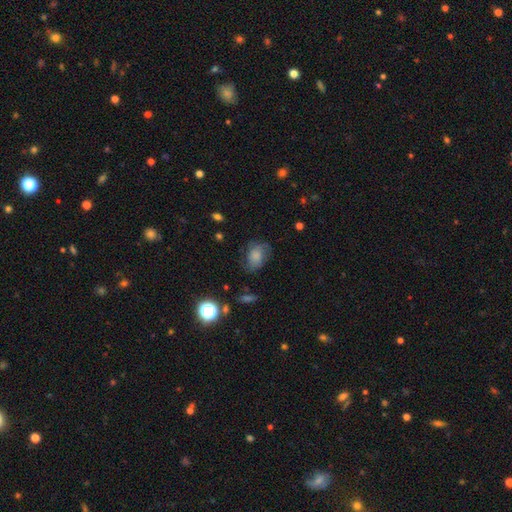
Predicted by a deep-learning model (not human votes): smooth_or_featured: smooth (p=0.67) [alt: featured or disk p=0.22]
how_rounded: in between (p=0.69) [alt: round p=0.30]
merging: none (p=0.60) [alt: minor disturbance p=0.25]